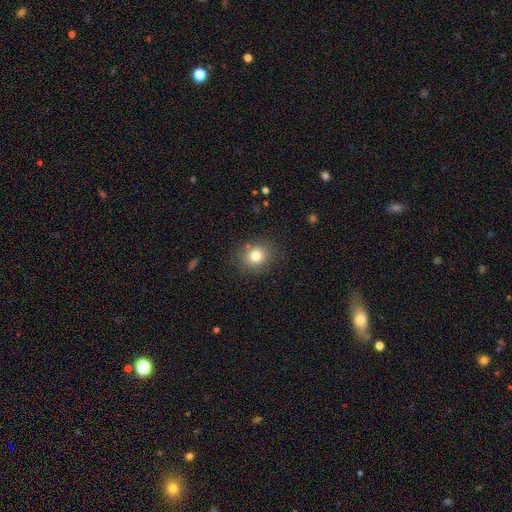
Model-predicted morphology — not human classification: This is likely a smooth galaxy (79%). How rounded: likely round (71%). Merging: clearly none (84%).